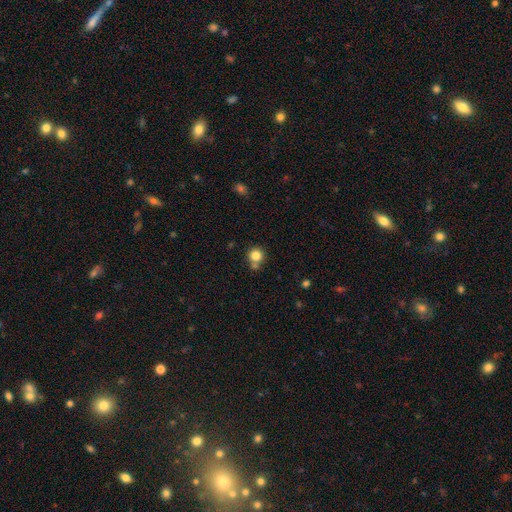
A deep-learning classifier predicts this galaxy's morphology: The model was most divided on "merging": none: 63%, merger: 21%, minor disturbance: 12%, major disturbance: 4%. More confident: how rounded — round (91%); smooth or featured — smooth (82%).